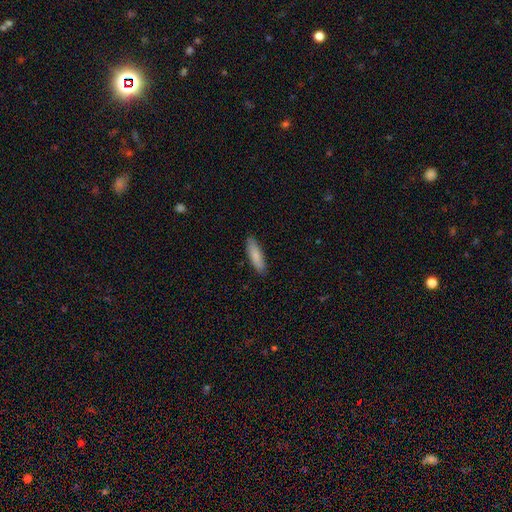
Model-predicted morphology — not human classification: type=smooth (84%); roundness=cigar-shaped (64%); merging=none (88%).